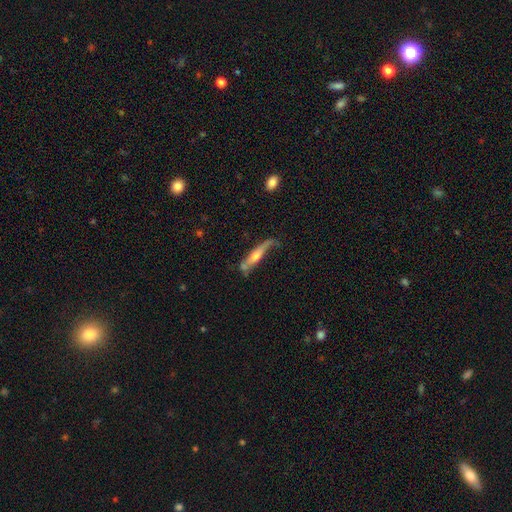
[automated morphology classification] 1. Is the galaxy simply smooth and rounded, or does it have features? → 50% featured or disk, 44% smooth, 6% star or artifact.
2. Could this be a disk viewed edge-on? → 76% yes, 24% no.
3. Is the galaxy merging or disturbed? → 45% none, 28% minor disturbance, 15% major disturbance, 11% merger.